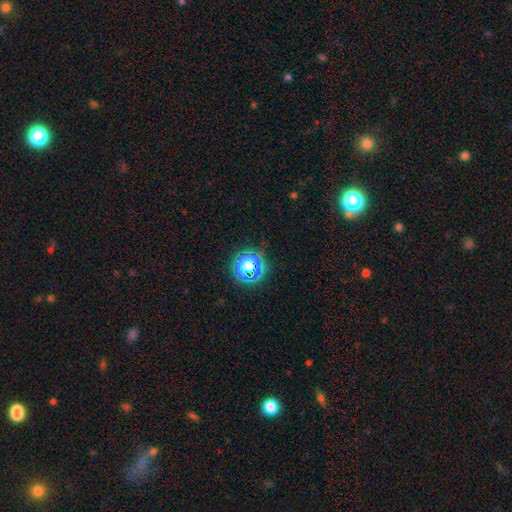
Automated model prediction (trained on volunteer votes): A star or artifact, not a galaxy (71%).

Vote fractions:
- Smooth or featured? star or artifact: 71% / smooth: 22% / featured or disk: 7%